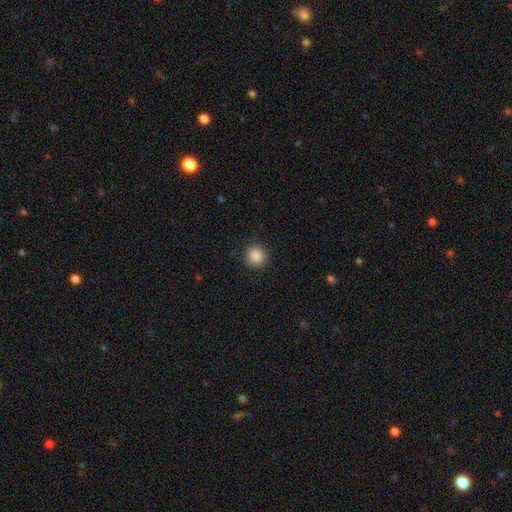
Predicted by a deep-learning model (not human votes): This is clearly a smooth galaxy (87%). How rounded: clearly round (94%). Merging: clearly none (91%).